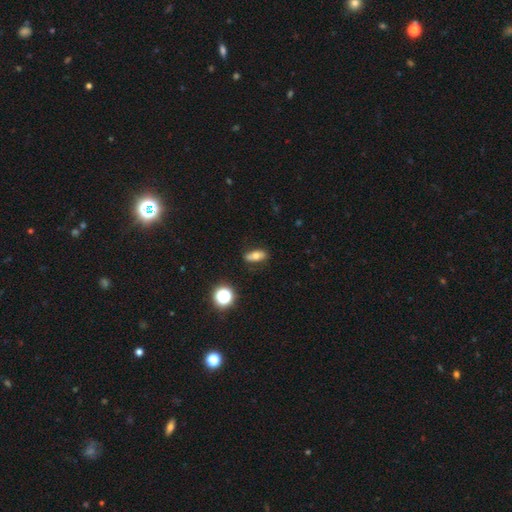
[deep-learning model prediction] Morphology: type=smooth (65%); roundness=in between (71%); merging=none (82%).